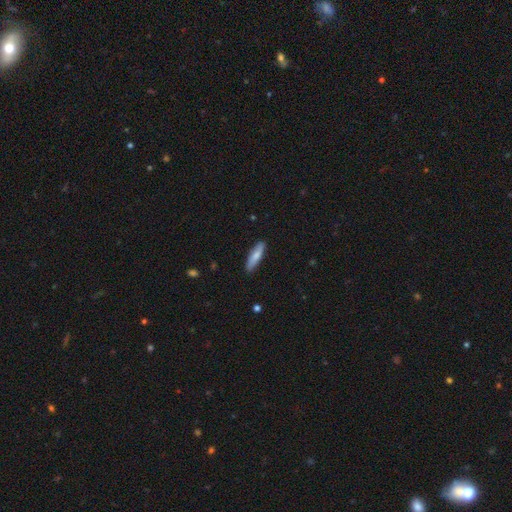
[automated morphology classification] Smooth or featured? smooth (75%)
How rounded? cigar-shaped (71%)
Merging? none (88%)